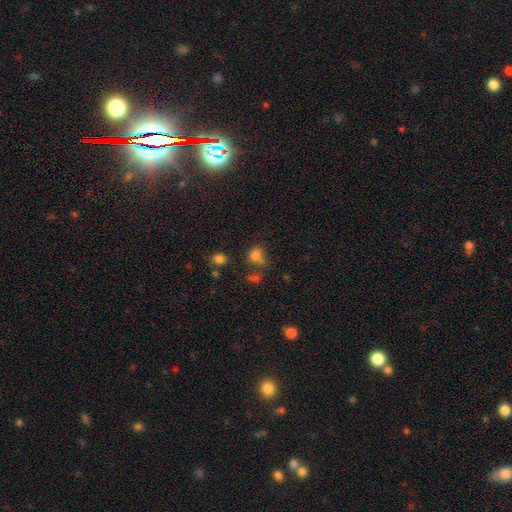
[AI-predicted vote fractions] Overall: smooth (77%). How rounded: round (66%; in between 33%). Merging: none (50%; merger 20%).